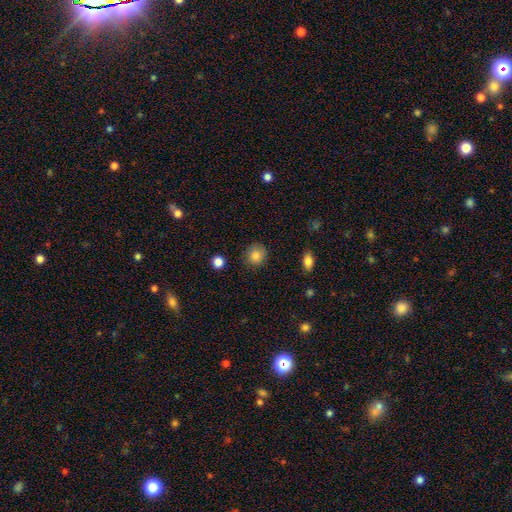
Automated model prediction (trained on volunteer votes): smooth-or-featured: smooth: 85% | star or artifact: 9% | featured or disk: 6%
  how-rounded: round: 83% | in between: 16% | cigar-shaped: 1%
  merging: none: 86% | minor disturbance: 10% | major disturbance: 3% | merger: 1%